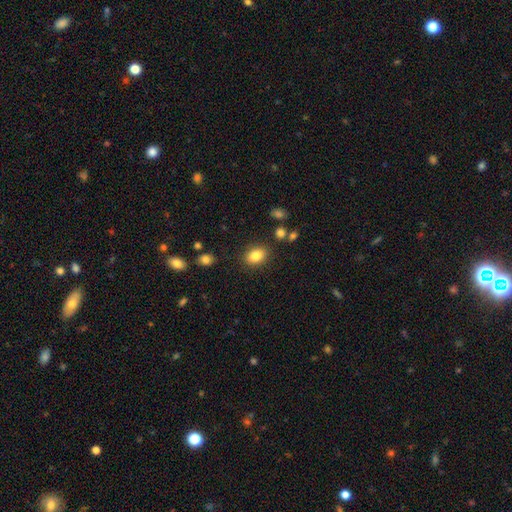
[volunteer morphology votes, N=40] type=smooth (90%); roundness=in between (81%); merging=none (95%).